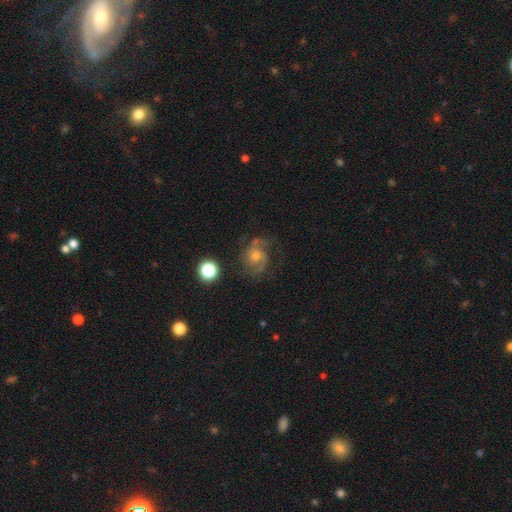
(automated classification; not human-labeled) Smooth or featured?
  - featured or disk: 79% *
  - star or artifact: 11%
  - smooth: 10%
Edge-on disk?
  - no: 98% *
  - yes: 2%
Bar?
  - no: 67% *
  - weak: 28%
  - strong: 5%
Spiral arms?
  - yes: 96% *
  - no: 4%
Spiral winding?
  - medium: 51% *
  - tight: 34%
  - loose: 15%
Spiral arm count?
  - 2: 72% *
  - 3: 10%
  - can't tell: 9%
  - 1: 4%
  - 4: 3%
  - more than 4: 2%
Bulge size?
  - moderate: 51% *
  - small: 40%
  - large: 4%
  - none: 3%
  - dominant: 1%
Merging?
  - none: 72% *
  - minor disturbance: 16%
  - major disturbance: 10%
  - merger: 2%